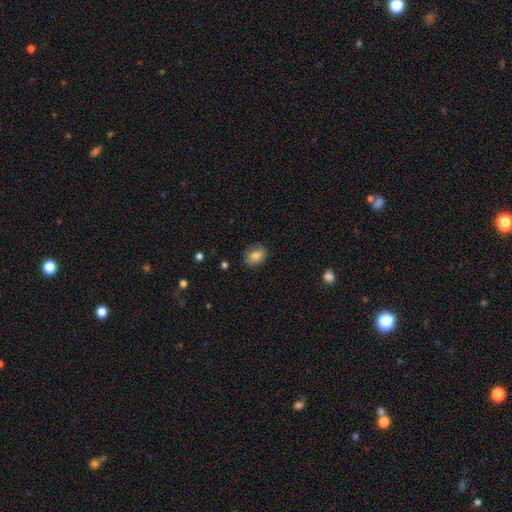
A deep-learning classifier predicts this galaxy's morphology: Smooth or featured? Predicted: smooth (p=0.78). How rounded? Predicted: in between (p=0.54). Merging? Predicted: none (p=0.78).